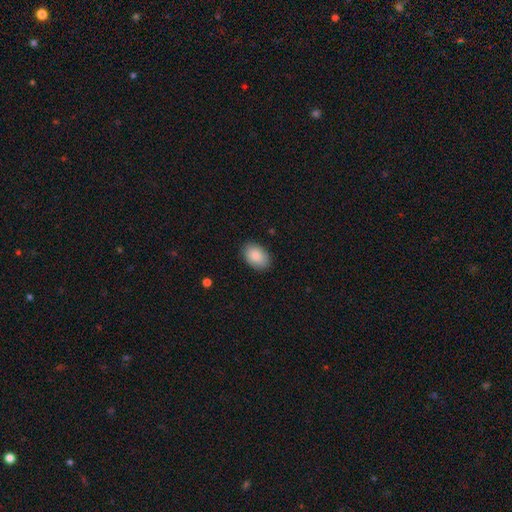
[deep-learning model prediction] The model was most divided on "how rounded": in between: 88%, round: 11%, cigar-shaped: 1%. More confident: smooth or featured — smooth (88%); merging — none (87%).